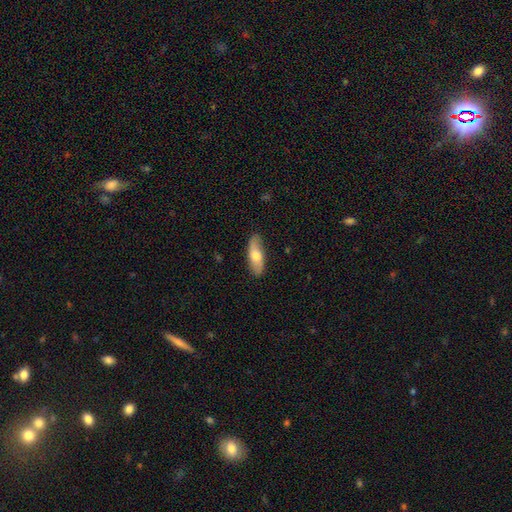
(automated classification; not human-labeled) Q: Smooth or featured?
A: smooth (67%); runner-up: featured or disk (28%)
Q: How rounded?
A: in between (64%); runner-up: cigar-shaped (33%)
Q: Merging?
A: none (85%); runner-up: minor disturbance (12%)